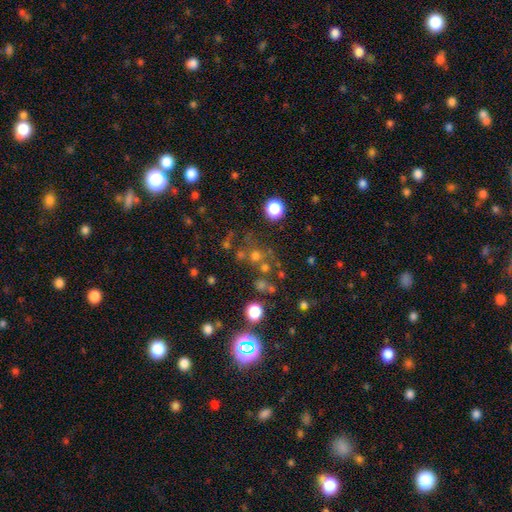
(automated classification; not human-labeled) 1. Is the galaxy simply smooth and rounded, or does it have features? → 55% smooth, 30% star or artifact, 15% featured or disk.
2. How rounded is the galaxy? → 87% round, 12% in between, 1% cigar-shaped.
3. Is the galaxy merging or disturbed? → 60% none, 22% merger, 10% minor disturbance, 8% major disturbance.